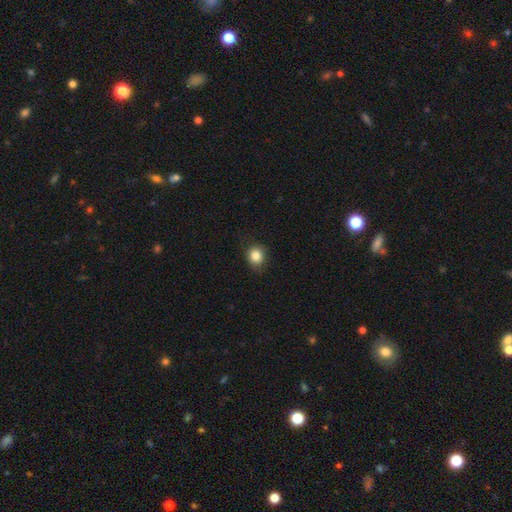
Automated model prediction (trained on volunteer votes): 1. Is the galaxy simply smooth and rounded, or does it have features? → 85% smooth, 10% star or artifact, 5% featured or disk.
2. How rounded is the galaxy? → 76% round, 23% in between, 1% cigar-shaped.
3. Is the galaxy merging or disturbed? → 80% none, 15% minor disturbance, 3% major disturbance, 1% merger.